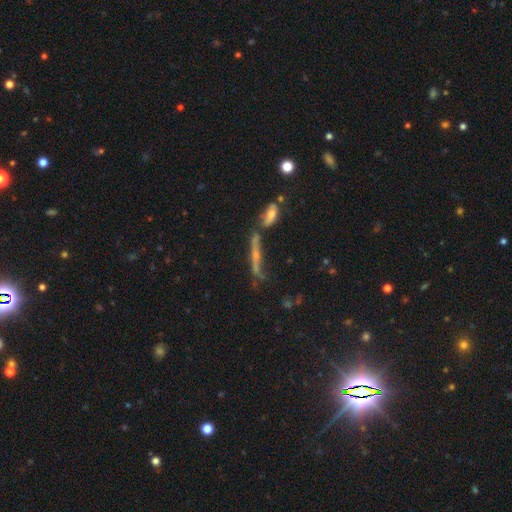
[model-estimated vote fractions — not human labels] featured or disk 52%, smooth 31%, star or artifact 17%. Down the decision tree: edge-on disk — yes (81%); merging — none (44%).